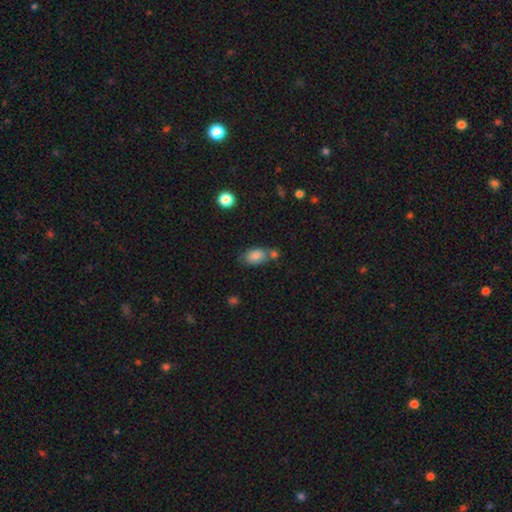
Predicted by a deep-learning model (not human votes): Smooth or featured: smooth — 83% (featured or disk — 8%)
How rounded: in between — 87% (round — 11%)
Merging: none — 51% (merger — 25%)